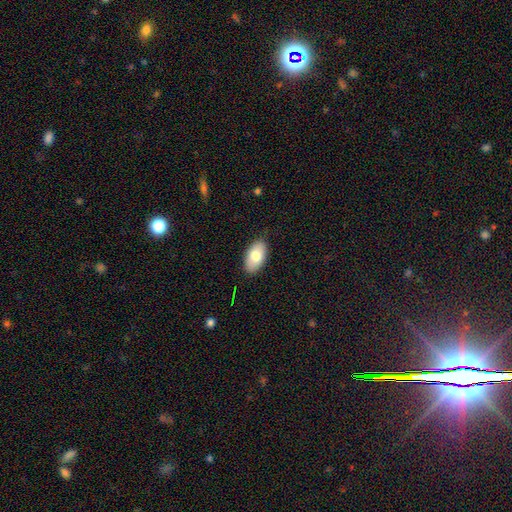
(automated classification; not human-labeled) The model was most divided on "smooth or featured": smooth: 77%, featured or disk: 16%, star or artifact: 7%. More confident: how rounded — in between (95%); merging — none (86%).